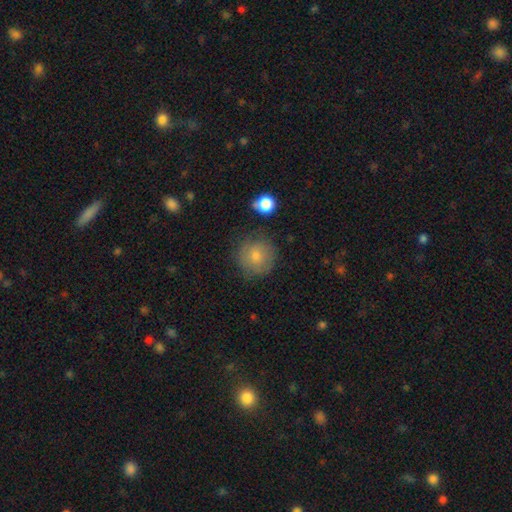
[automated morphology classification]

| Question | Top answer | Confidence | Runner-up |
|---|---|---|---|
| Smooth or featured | smooth | 72% | featured or disk (17%) |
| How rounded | round | 93% | in between (6%) |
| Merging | none | 81% | minor disturbance (14%) |